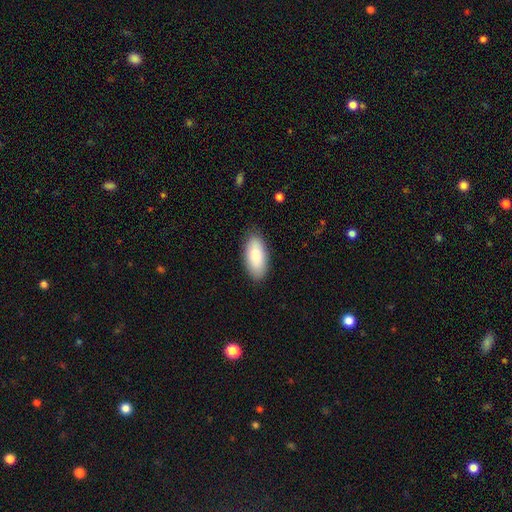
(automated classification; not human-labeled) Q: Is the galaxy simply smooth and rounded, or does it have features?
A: smooth — 84%.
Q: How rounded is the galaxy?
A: in between — 92%.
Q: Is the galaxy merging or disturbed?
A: none — 86%.